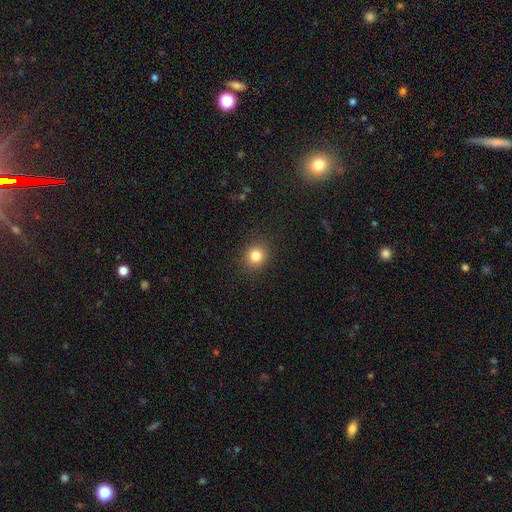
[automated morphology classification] A smooth galaxy with no disk features (82%) that is round (86%).

Vote fractions:
- Smooth or featured? smooth: 82% / star or artifact: 12% / featured or disk: 6%
- How rounded? round: 86% / in between: 13% / cigar-shaped: 1%
- Merging? none: 90% / minor disturbance: 7% / major disturbance: 2% / merger: 1%